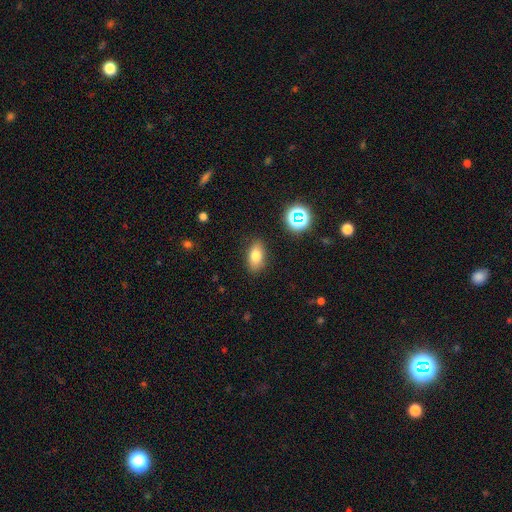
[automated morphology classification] smooth_or_featured: smooth (p=0.76) [alt: featured or disk p=0.12]
how_rounded: in between (p=0.87) [alt: round p=0.10]
merging: none (p=0.86) [alt: minor disturbance p=0.10]